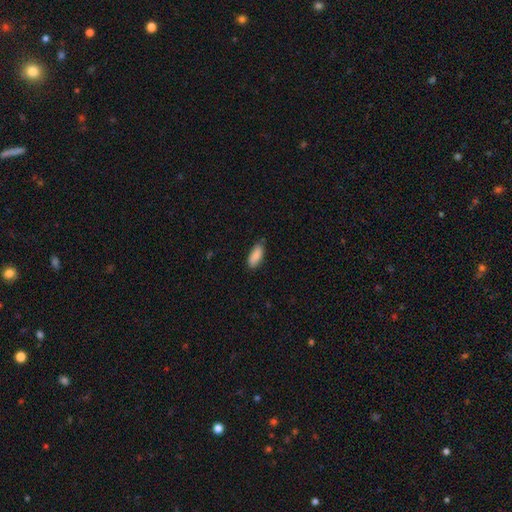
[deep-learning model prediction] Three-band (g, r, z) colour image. It shows a smooth galaxy with no disk features (86%) that is in between round and cigar-shaped (82%). Merging: none (79%).